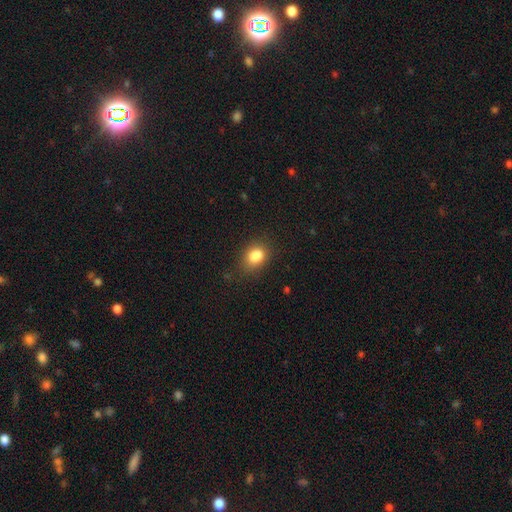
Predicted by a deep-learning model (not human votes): This is clearly a smooth galaxy (83%). How rounded: likely in between (63%). Merging: likely none (68%).